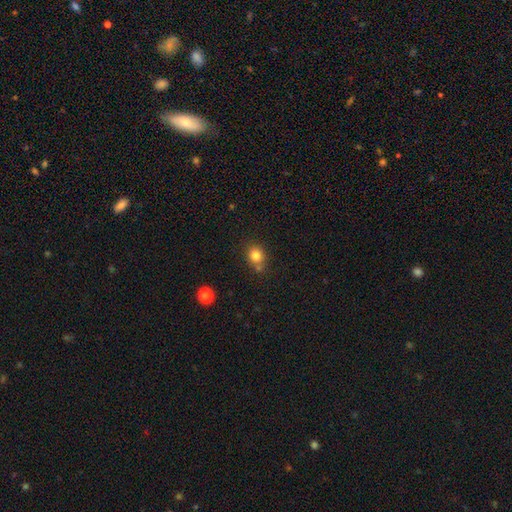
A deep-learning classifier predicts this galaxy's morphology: The model was most divided on "how rounded": round: 73%, in between: 26%, cigar-shaped: 1%. More confident: smooth or featured — smooth (82%); merging — none (66%).